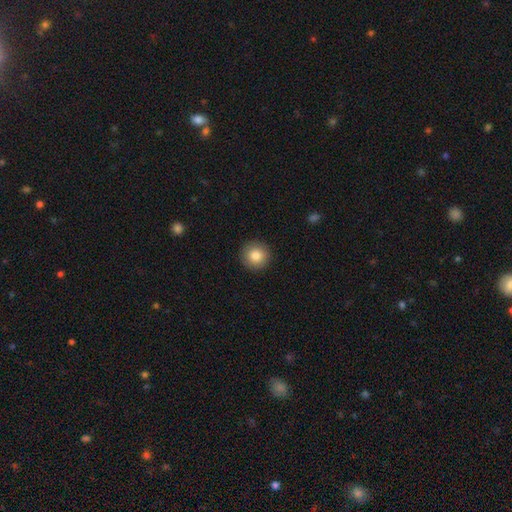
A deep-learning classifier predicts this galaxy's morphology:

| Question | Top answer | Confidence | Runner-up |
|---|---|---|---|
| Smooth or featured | smooth | 83% | star or artifact (9%) |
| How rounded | round | 96% | in between (4%) |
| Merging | none | 92% | minor disturbance (5%) |